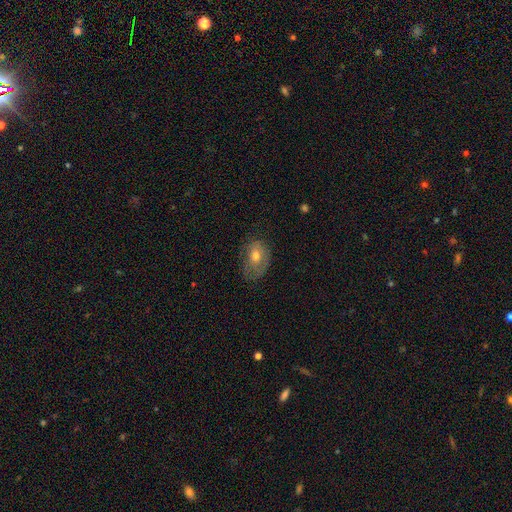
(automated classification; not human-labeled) Smooth or featured?
  - smooth: 60% *
  - featured or disk: 31%
  - star or artifact: 9%
How rounded?
  - in between: 76% *
  - round: 23%
  - cigar-shaped: 1%
Merging?
  - none: 52% *
  - minor disturbance: 31%
  - major disturbance: 16%
  - merger: 1%